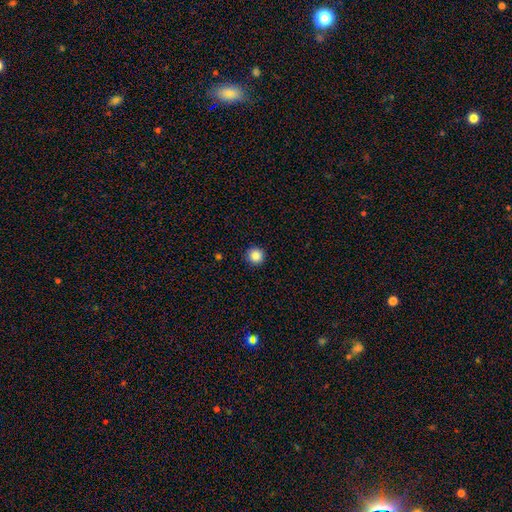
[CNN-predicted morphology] Q: Smooth or featured?
A: smooth (85%); runner-up: star or artifact (10%)
Q: How rounded?
A: round (95%); runner-up: in between (4%)
Q: Merging?
A: none (92%); runner-up: minor disturbance (5%)